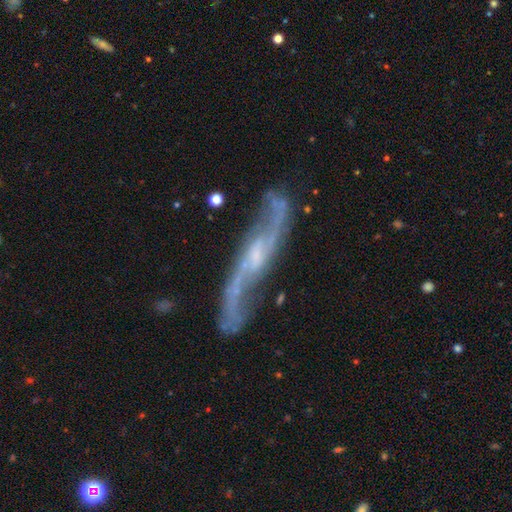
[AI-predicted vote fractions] A featured or disk galaxy (90%) with no bar (44%), 2 (93%) loose (76%) spiral arms (97%) and a small central bulge (64%). Merging: none (73%).